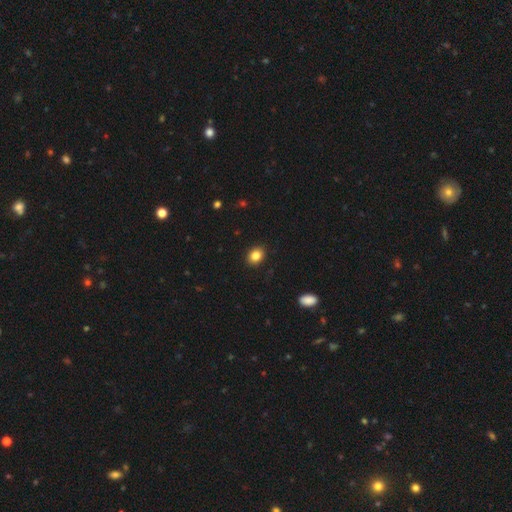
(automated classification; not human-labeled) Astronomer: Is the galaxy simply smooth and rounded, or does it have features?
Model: smooth — 85%.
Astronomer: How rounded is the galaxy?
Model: in between — 50% (runner-up: round, 49%).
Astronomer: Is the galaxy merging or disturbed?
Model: none — 90%.